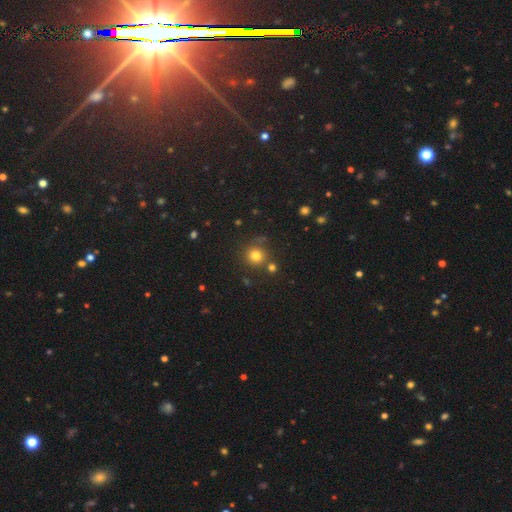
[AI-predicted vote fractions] Smooth or featured?
  - smooth: 79% *
  - star or artifact: 15%
  - featured or disk: 7%
How rounded?
  - round: 92% *
  - in between: 8%
  - cigar-shaped: 1%
Merging?
  - none: 76% *
  - merger: 10%
  - minor disturbance: 10%
  - major disturbance: 4%